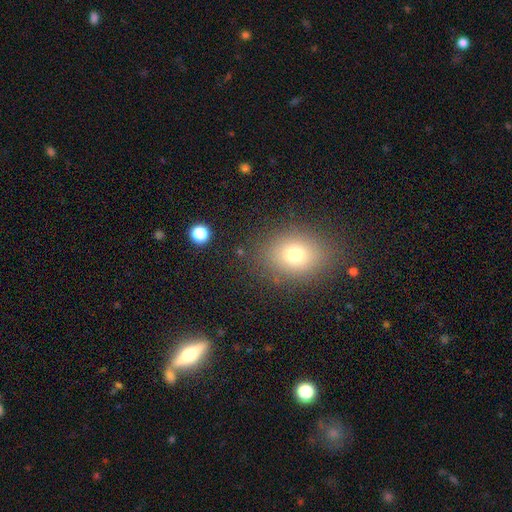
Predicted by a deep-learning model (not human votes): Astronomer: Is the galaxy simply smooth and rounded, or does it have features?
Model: smooth — 68%.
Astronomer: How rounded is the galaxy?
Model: in between — 57% (runner-up: round, 41%).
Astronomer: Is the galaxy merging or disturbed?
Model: none — 87%.